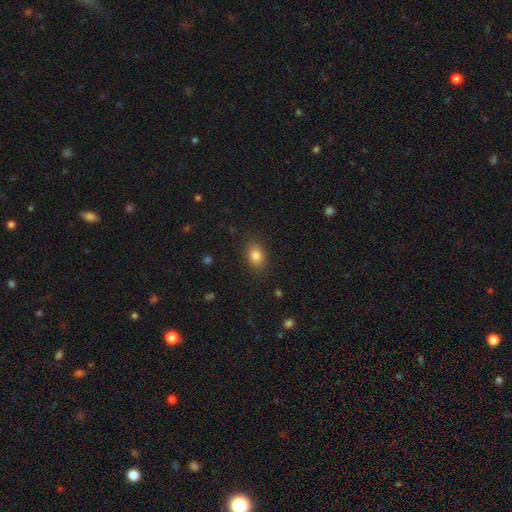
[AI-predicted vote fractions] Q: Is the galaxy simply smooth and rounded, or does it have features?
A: smooth — 83%.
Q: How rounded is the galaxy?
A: in between — 78%.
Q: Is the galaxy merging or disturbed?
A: none — 86%.